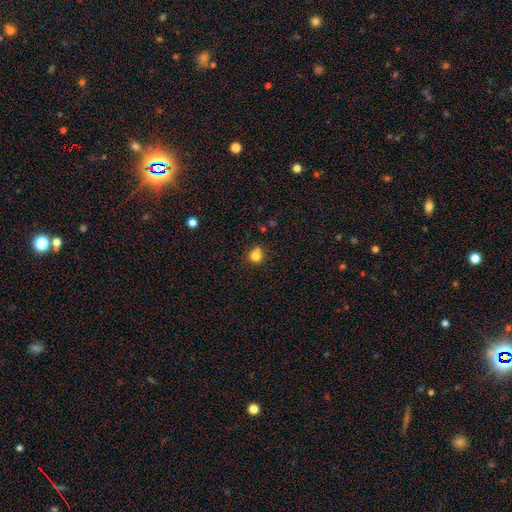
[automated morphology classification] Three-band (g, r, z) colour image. It shows a smooth galaxy with no disk features (82%) that is round (80%). Merging: none (73%).